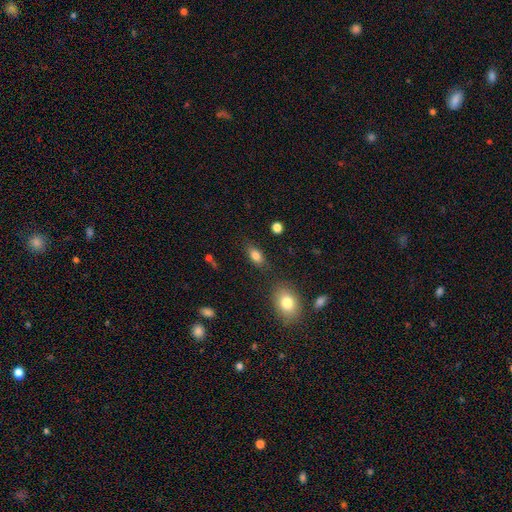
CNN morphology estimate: smooth-or-featured: smooth: 82% | star or artifact: 9% | featured or disk: 9%
  how-rounded: in between: 88% | round: 7% | cigar-shaped: 6%
  merging: none: 79% | minor disturbance: 14% | merger: 4% | major disturbance: 4%